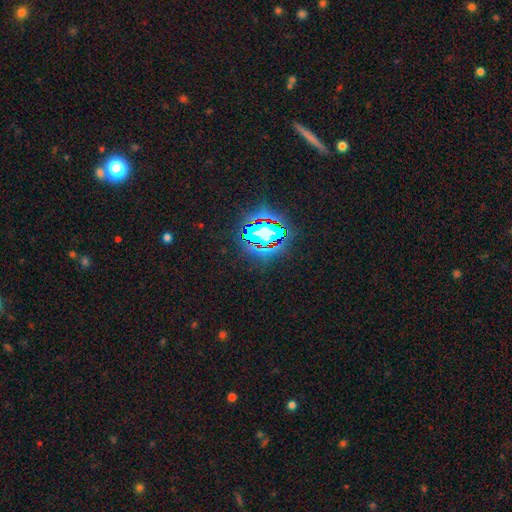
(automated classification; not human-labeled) star or artifact 83%, smooth 10%, featured or disk 7%.